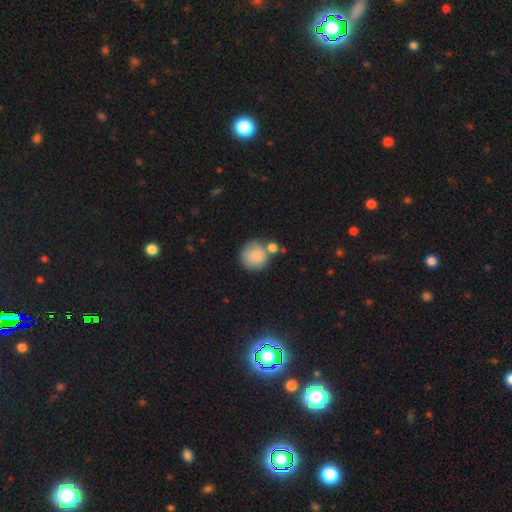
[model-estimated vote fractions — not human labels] Smooth or featured: smooth — 84% (featured or disk — 8%)
How rounded: round — 92% (in between — 7%)
Merging: none — 55% (merger — 26%)